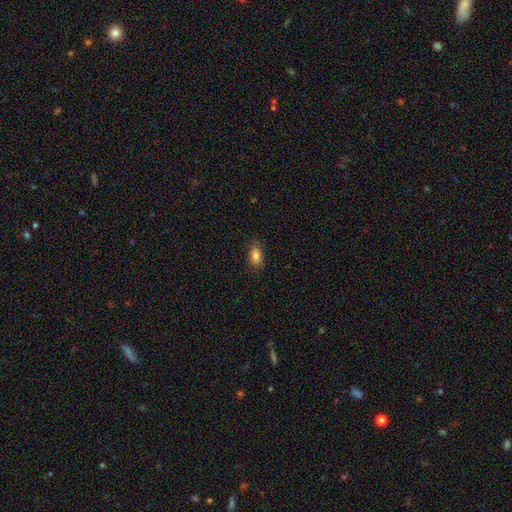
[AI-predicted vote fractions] smooth_or_featured: smooth (p=0.84) [alt: star or artifact p=0.08]
how_rounded: in between (p=0.88) [alt: round p=0.07]
merging: none (p=0.83) [alt: minor disturbance p=0.13]